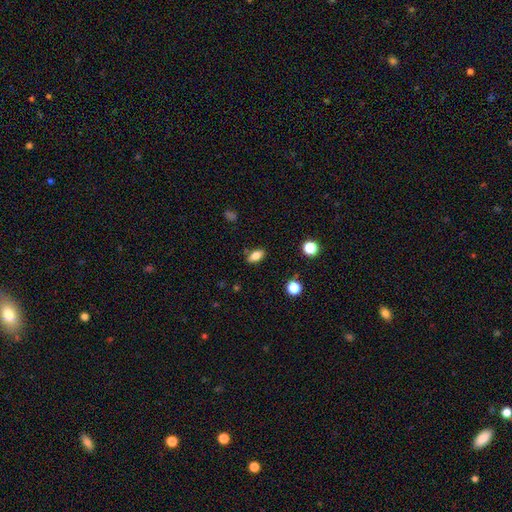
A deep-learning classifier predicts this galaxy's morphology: A smooth galaxy with no disk features (79%) that is in between round and cigar-shaped (87%). Merging: none (84%).